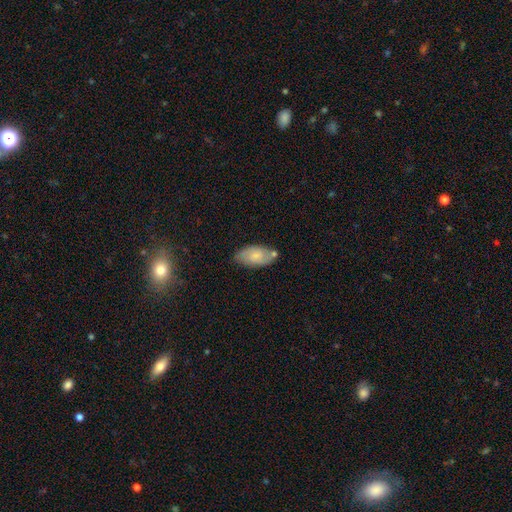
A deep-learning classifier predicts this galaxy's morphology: This appears to be a smooth galaxy with no disk features (64%) that is in between round and cigar-shaped (92%). Merging: none (60%).